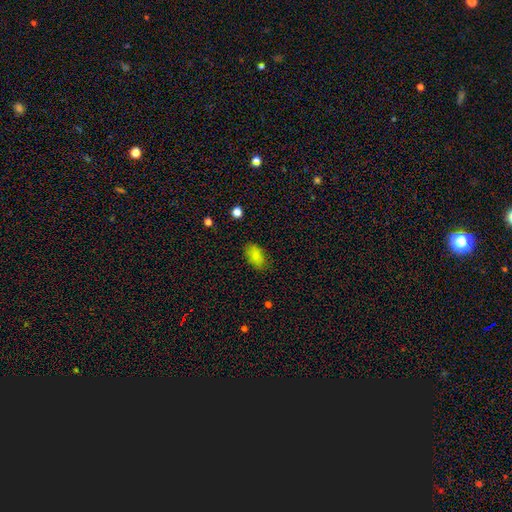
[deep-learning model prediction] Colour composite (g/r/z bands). It shows a smooth galaxy with no disk features (84%) that is in between round and cigar-shaped (91%). Merging: none (82%).